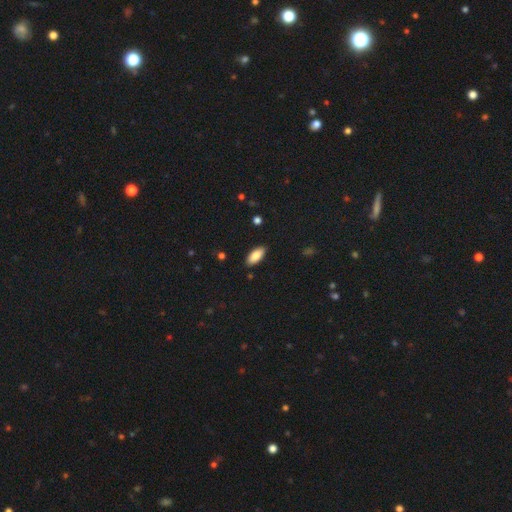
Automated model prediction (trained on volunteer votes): Morphology: type=smooth (84%); roundness=in between (88%); merging=none (87%).